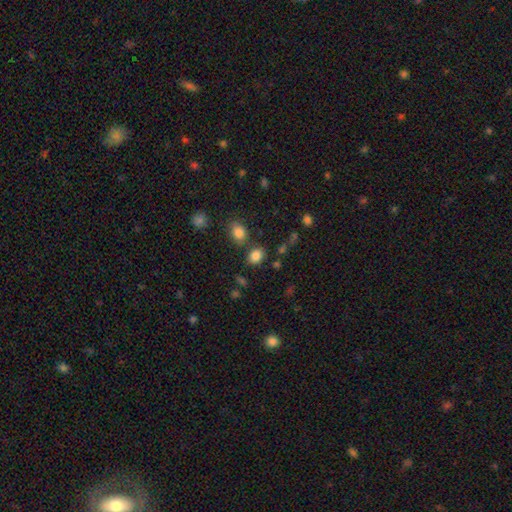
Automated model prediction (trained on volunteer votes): Morphology: type=smooth (83%); roundness=in between (54%); merging=none (75%).